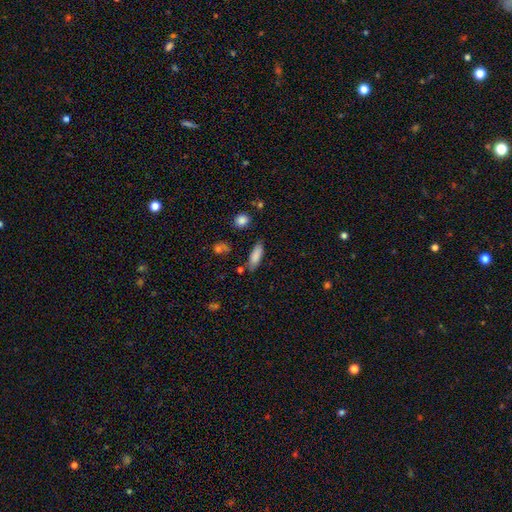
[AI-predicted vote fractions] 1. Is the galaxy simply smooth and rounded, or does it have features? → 84% smooth, 8% featured or disk, 8% star or artifact.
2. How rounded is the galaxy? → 61% in between, 37% cigar-shaped, 2% round.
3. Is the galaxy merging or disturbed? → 76% none, 16% minor disturbance, 4% merger, 4% major disturbance.